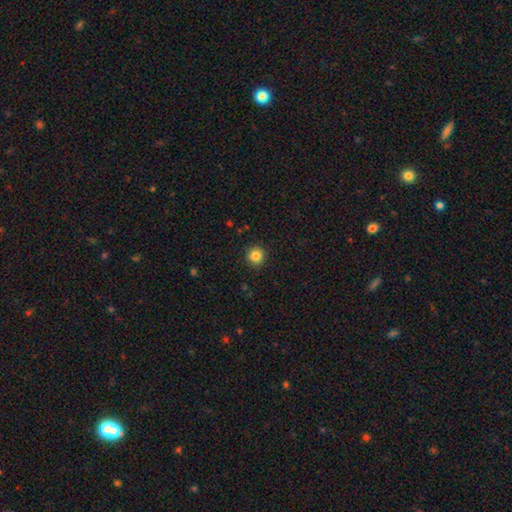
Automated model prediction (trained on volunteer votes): A smooth galaxy with no disk features (85%) that is round (95%).

Vote fractions:
- Smooth or featured? smooth: 85% / star or artifact: 11% / featured or disk: 4%
- How rounded? round: 95% / in between: 4% / cigar-shaped: 1%
- Merging? none: 92% / minor disturbance: 5% / major disturbance: 2% / merger: 1%